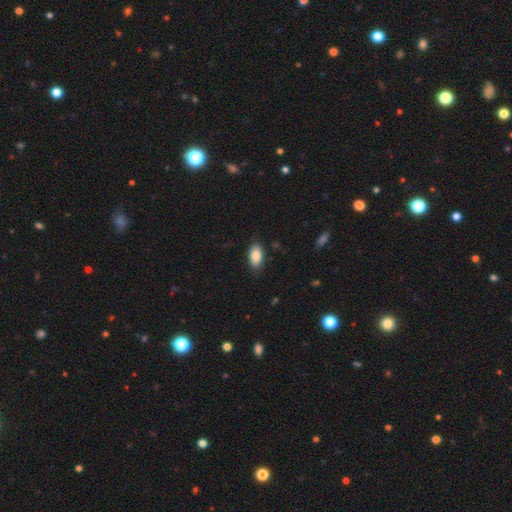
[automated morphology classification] type=smooth (84%); roundness=in between (93%); merging=none (82%).